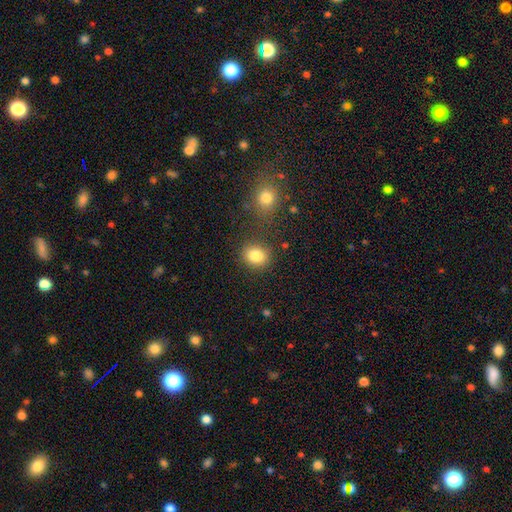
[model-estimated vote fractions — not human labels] This appears to be a smooth galaxy with no disk features (84%) that is round (69%). Merging: none (81%).